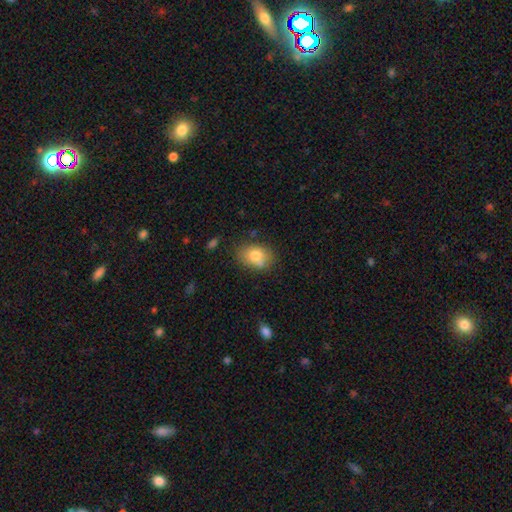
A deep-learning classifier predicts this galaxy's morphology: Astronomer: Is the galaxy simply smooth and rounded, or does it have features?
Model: smooth — 77%.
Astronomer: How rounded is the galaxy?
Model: in between — 72%.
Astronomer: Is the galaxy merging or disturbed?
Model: none — 68%.